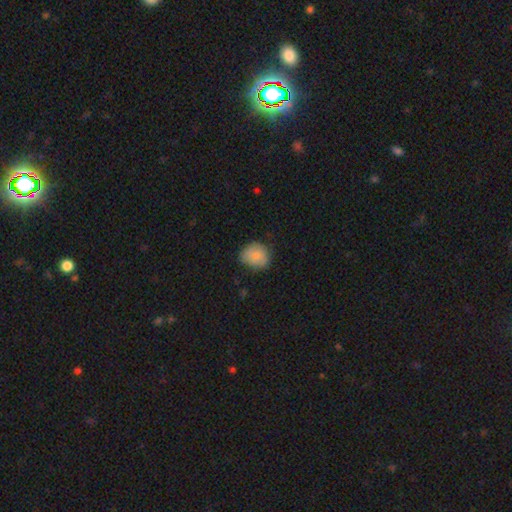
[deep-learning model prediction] Q: Smooth or featured?
A: smooth (72%); runner-up: featured or disk (21%)
Q: How rounded?
A: round (71%); runner-up: in between (28%)
Q: Merging?
A: none (67%); runner-up: minor disturbance (25%)